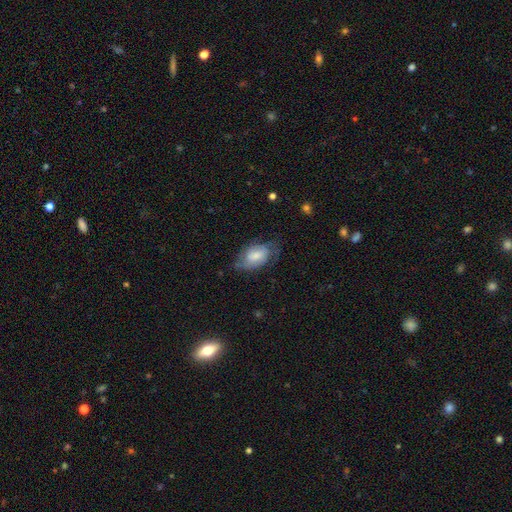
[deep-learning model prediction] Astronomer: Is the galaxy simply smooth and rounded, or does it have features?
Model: smooth — 57% (runner-up: featured or disk, 36%).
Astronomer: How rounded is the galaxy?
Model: in between — 91%.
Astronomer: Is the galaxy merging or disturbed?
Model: none — 55% (runner-up: minor disturbance, 30%).